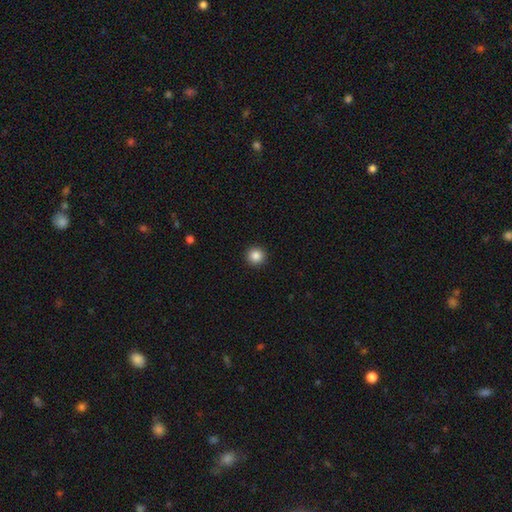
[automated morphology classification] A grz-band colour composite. It shows a smooth galaxy with no disk features (86%) that is round (95%). Merging: none (93%).